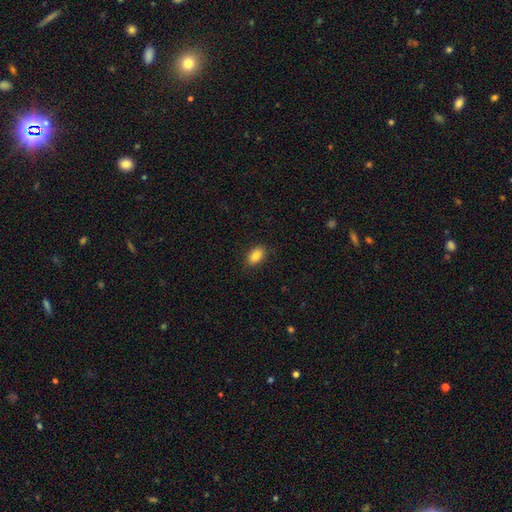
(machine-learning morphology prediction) smooth-or-featured: smooth: 84% | star or artifact: 8% | featured or disk: 8%
  how-rounded: in between: 89% | round: 9% | cigar-shaped: 2%
  merging: none: 87% | minor disturbance: 10% | major disturbance: 2% | merger: 1%